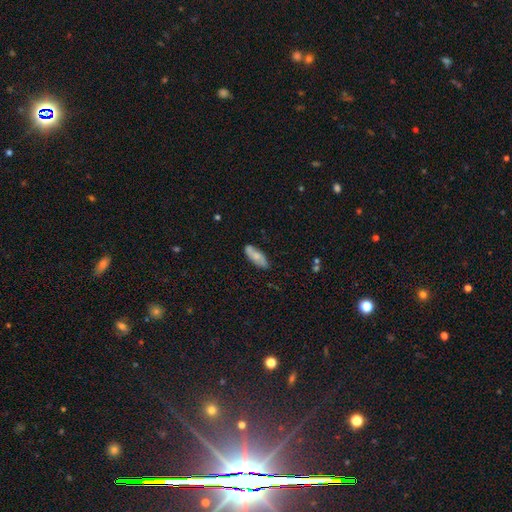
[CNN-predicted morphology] This is likely a smooth galaxy (67%). How rounded: likely in between (70%). Merging: likely none (79%).